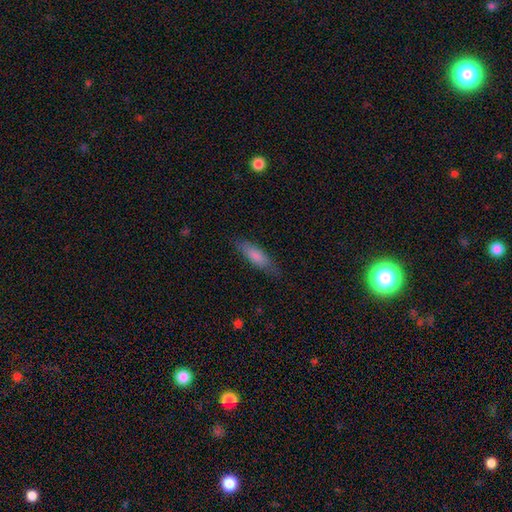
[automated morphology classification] The model was most divided on "how rounded": in between: 50%, cigar-shaped: 48%, round: 2%. More confident: smooth or featured — smooth (78%); merging — none (78%).